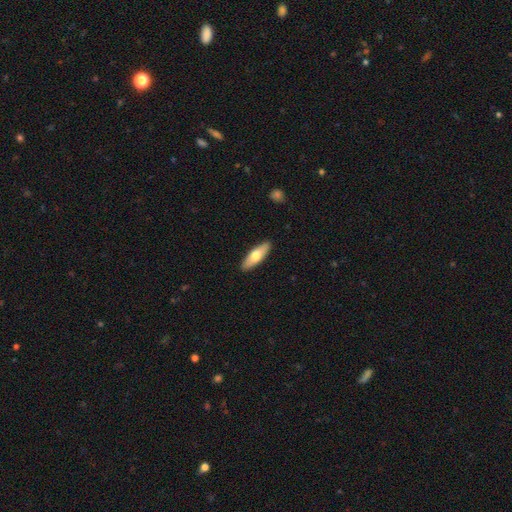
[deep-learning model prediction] The model was most divided on "how rounded": in between: 51%, cigar-shaped: 47%, round: 2%. More confident: merging — none (90%); smooth or featured — smooth (65%).